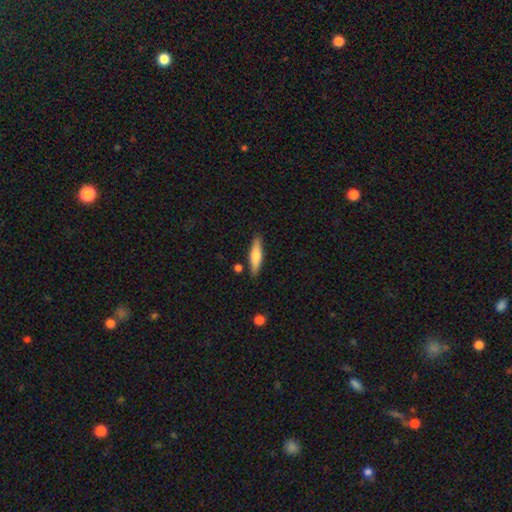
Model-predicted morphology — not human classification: smooth 64%, featured or disk 30%, star or artifact 6%. Down the decision tree: how rounded — cigar-shaped (72%); merging — none (85%).